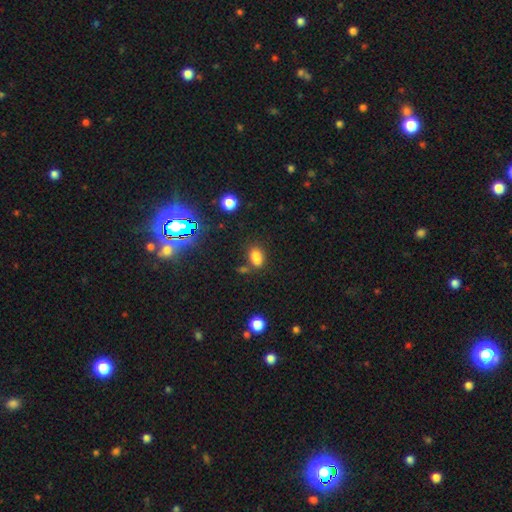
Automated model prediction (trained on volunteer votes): A smooth galaxy with no disk features (76%) that is in between round and cigar-shaped (80%). Merging: none (54%).